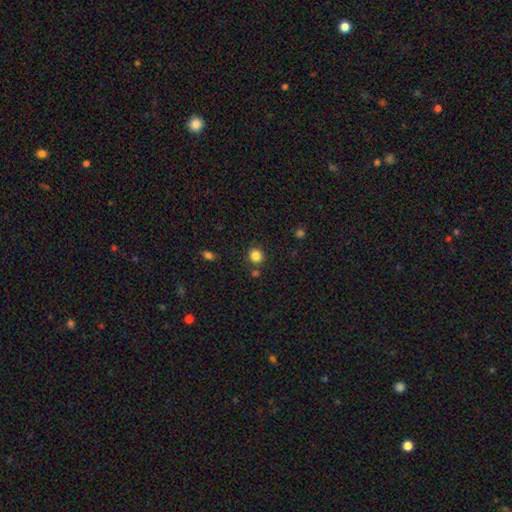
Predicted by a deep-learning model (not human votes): Smooth or featured? Predicted: smooth (p=0.84). How rounded? Predicted: round (p=0.89). Merging? Predicted: none (p=0.82).